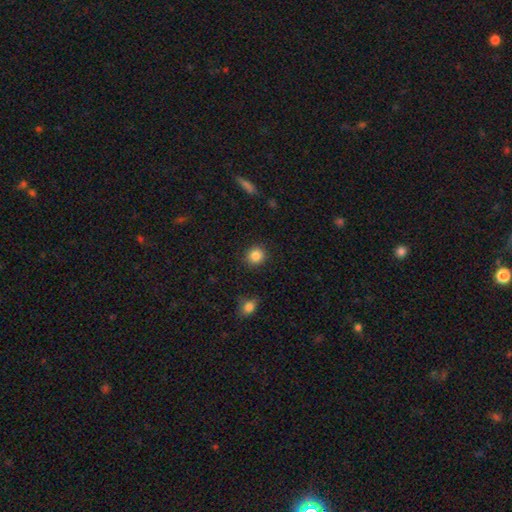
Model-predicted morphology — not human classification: Smooth or featured? smooth (86%)
How rounded? round (87%)
Merging? none (89%)